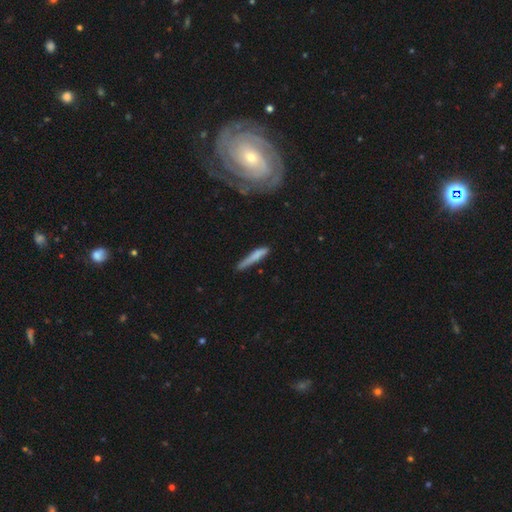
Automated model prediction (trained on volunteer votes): Smooth or featured?
  - smooth: 73% *
  - featured or disk: 20%
  - star or artifact: 7%
How rounded?
  - cigar-shaped: 92% *
  - in between: 6%
  - round: 1%
Merging?
  - none: 63% *
  - minor disturbance: 26%
  - major disturbance: 7%
  - merger: 4%